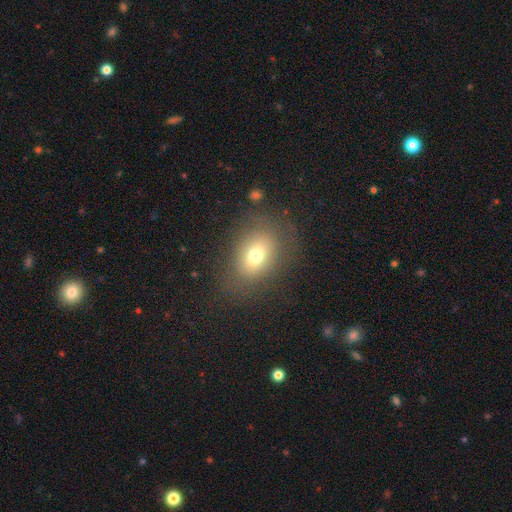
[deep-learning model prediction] Smooth or featured: smooth — 71% (featured or disk — 16%)
How rounded: in between — 69% (round — 29%)
Merging: none — 76% (minor disturbance — 14%)